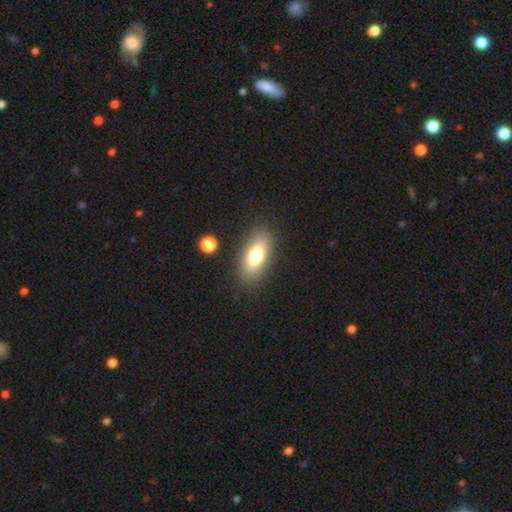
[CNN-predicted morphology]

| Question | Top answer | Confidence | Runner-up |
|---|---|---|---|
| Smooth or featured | smooth | 76% | featured or disk (16%) |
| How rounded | in between | 84% | cigar-shaped (12%) |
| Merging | none | 85% | minor disturbance (9%) |